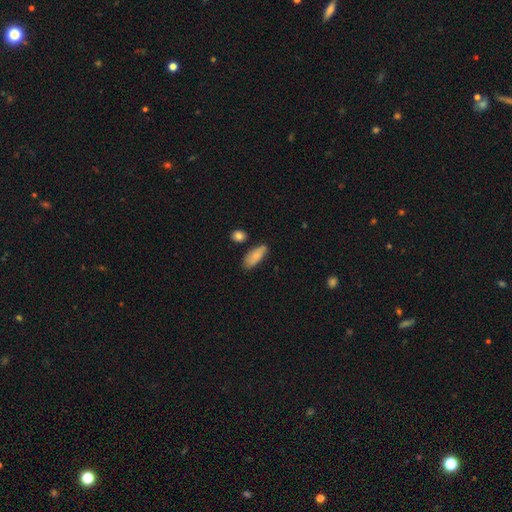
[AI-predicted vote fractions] A smooth galaxy with no disk features (80%) that is in between round and cigar-shaped (80%).

Vote fractions:
- Smooth or featured? smooth: 80% / featured or disk: 14% / star or artifact: 6%
- How rounded? in between: 80% / cigar-shaped: 17% / round: 3%
- Merging? none: 73% / minor disturbance: 19% / merger: 4% / major disturbance: 3%